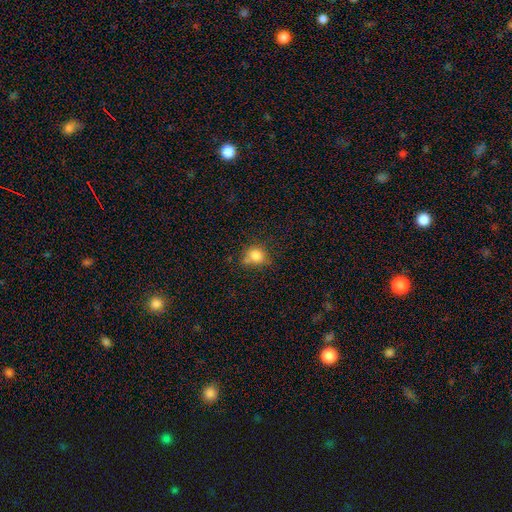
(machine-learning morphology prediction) This is clearly a smooth galaxy (81%). How rounded: likely round (71%). Merging: possibly none (57%).